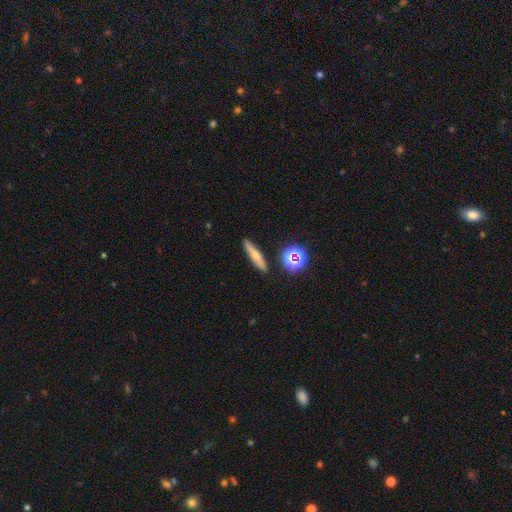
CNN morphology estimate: smooth 56%, featured or disk 33%, star or artifact 11%. Down the decision tree: how rounded — cigar-shaped (80%); merging — none (88%).